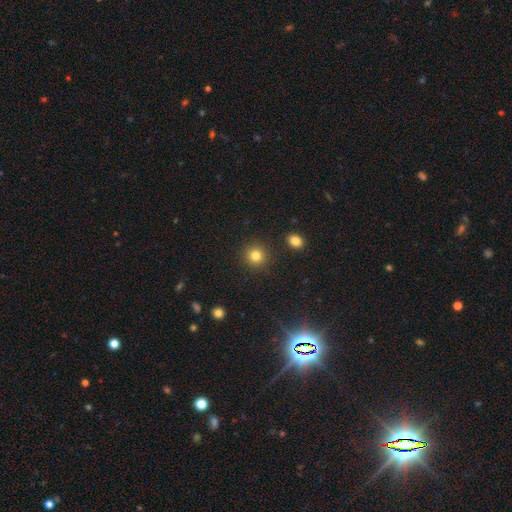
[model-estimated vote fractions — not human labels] Smooth or featured? smooth (82%)
How rounded? round (93%)
Merging? none (91%)